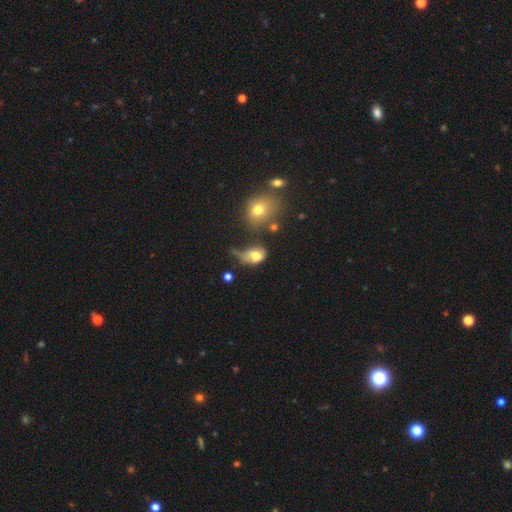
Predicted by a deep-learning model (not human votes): smooth-or-featured: smooth: 68% | featured or disk: 22% | star or artifact: 11%
  how-rounded: in between: 69% | round: 29% | cigar-shaped: 2%
  merging: major disturbance: 39% | minor disturbance: 24% | none: 20% | merger: 16%